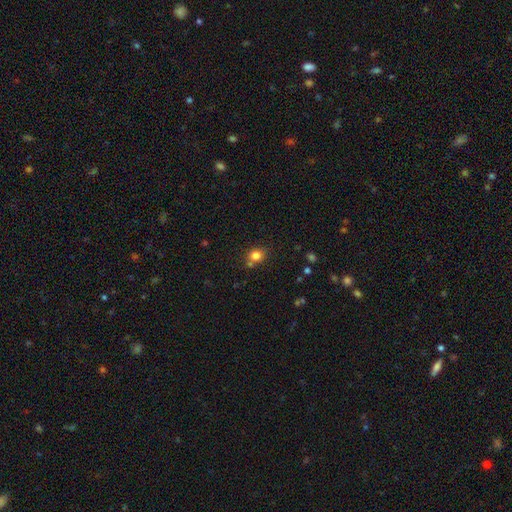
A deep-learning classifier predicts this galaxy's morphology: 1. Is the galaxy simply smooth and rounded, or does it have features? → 81% smooth, 13% star or artifact, 6% featured or disk.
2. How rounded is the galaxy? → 71% round, 28% in between, 1% cigar-shaped.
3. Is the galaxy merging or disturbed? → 67% none, 16% merger, 13% minor disturbance, 4% major disturbance.